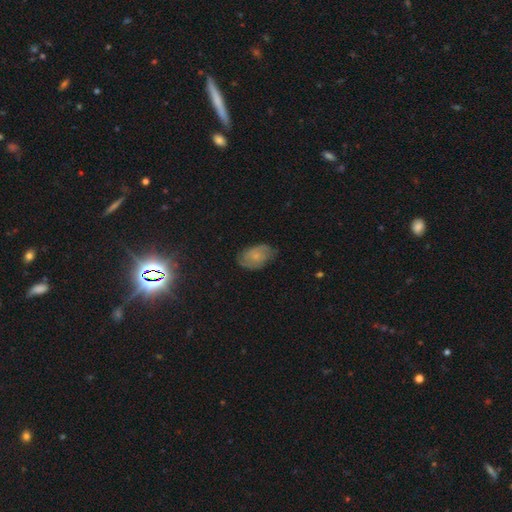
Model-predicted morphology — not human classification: type=featured or disk (49%); merging=none (67%).